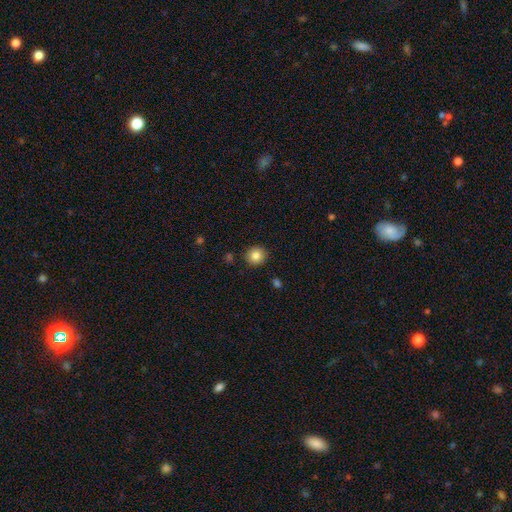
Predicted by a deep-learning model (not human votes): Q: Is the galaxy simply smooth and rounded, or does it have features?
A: smooth — 85%.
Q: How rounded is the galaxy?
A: round — 88%.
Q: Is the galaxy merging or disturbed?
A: none — 89%.